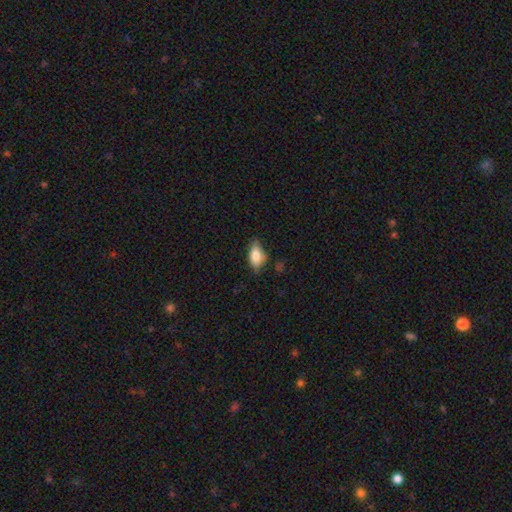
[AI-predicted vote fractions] Overall: smooth (73%). How rounded: in between (86%). Merging: none (65%; minor disturbance 26%).